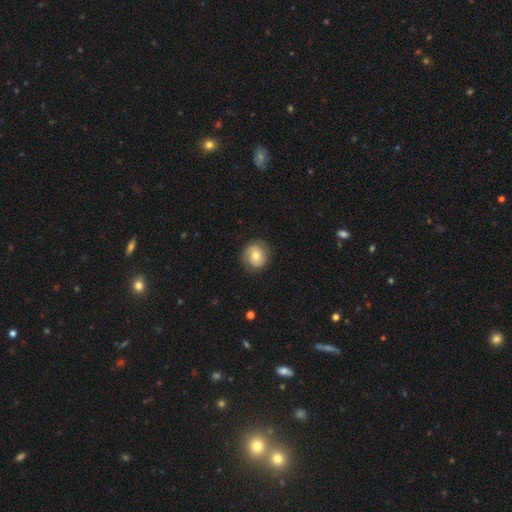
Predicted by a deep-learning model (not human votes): Smooth or featured? smooth (47%)
Merging? none (79%)